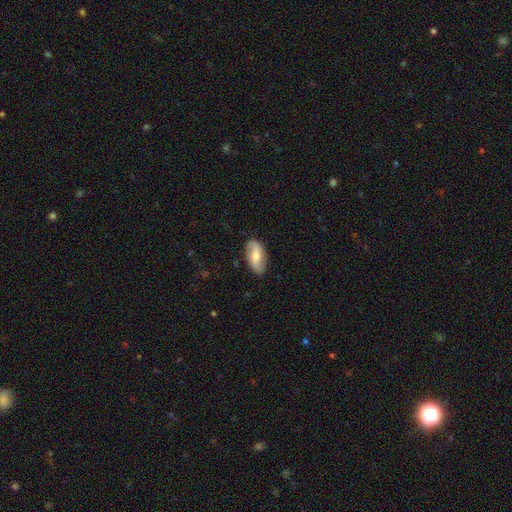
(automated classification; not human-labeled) The model was most divided on "bar": weak: 43%, no: 39%, strong: 18%. More confident: edge-on disk — no (94%); spiral arms — yes (89%); merging — none (84%); smooth or featured — featured or disk (57%); bulge size — moderate (54%).